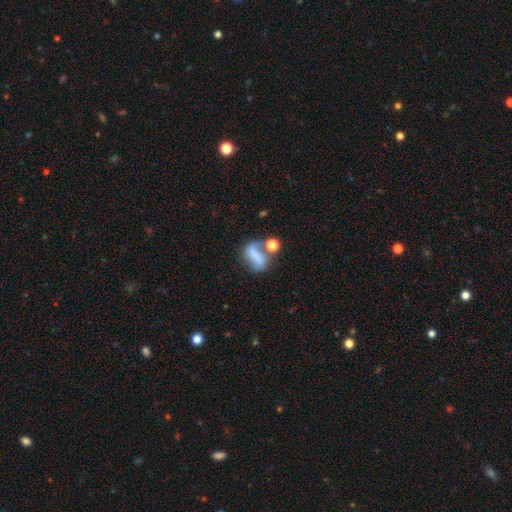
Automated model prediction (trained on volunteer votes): smooth_or_featured: smooth (p=0.61) [alt: featured or disk p=0.26]
how_rounded: in between (p=0.70) [alt: round p=0.22]
merging: none (p=0.34) [alt: merger p=0.32]